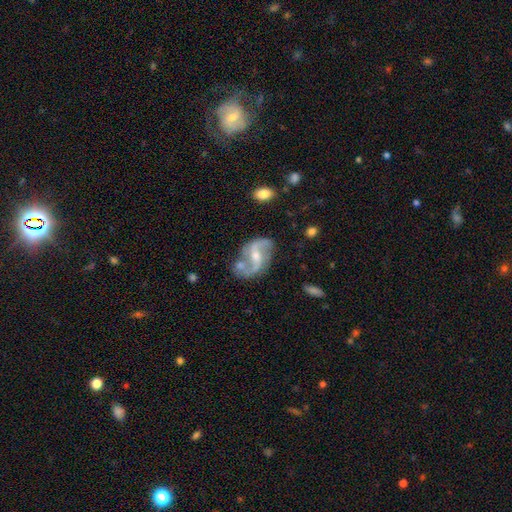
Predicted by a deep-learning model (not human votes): Smooth or featured? featured or disk (88%)
Edge-on disk? no (97%)
Bar? weak (43%)
Spiral arms? yes (95%)
Spiral winding? loose (62%)
Spiral arm count? 2 (92%)
Bulge size? moderate (52%)
Merging? none (65%)